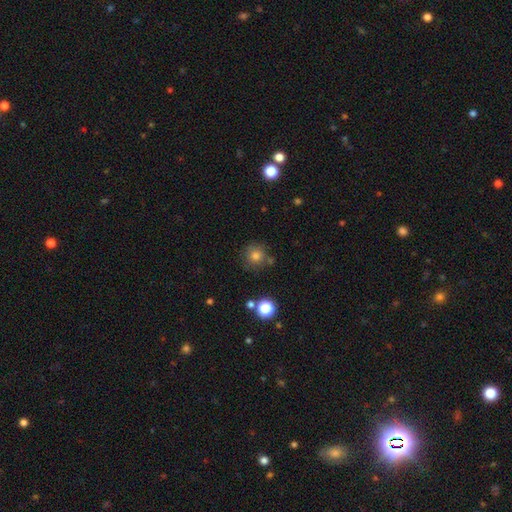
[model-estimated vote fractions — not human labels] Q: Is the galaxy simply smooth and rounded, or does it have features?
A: smooth — 79%.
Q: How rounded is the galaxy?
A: round — 93%.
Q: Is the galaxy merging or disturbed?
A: none — 77%.